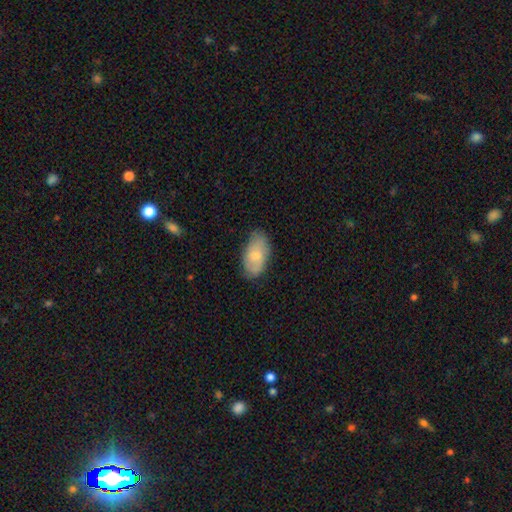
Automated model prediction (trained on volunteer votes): This is likely a smooth galaxy (67%). How rounded: clearly in between (93%). Merging: likely none (73%).